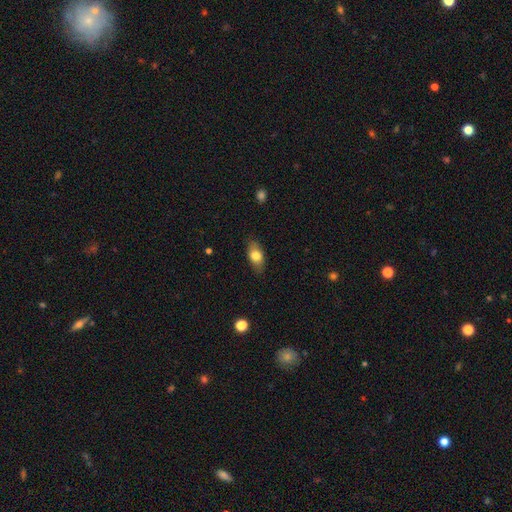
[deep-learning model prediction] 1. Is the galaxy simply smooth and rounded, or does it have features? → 75% smooth, 18% featured or disk, 7% star or artifact.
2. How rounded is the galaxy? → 87% in between, 7% round, 7% cigar-shaped.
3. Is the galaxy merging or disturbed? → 83% none, 13% minor disturbance, 3% major disturbance, 1% merger.